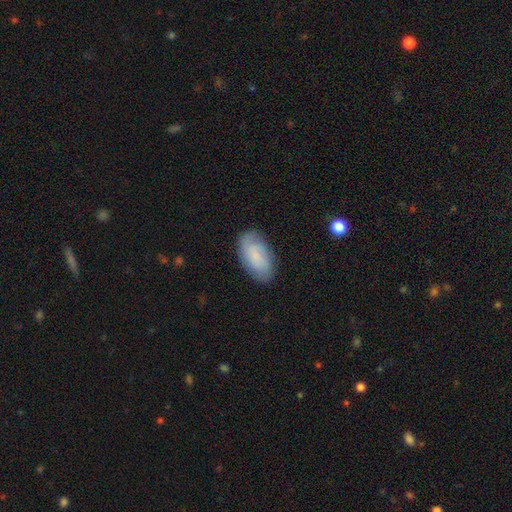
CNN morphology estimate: This appears to be a smooth galaxy with no disk features (66%) that is in between round and cigar-shaped (94%). Merging: none (80%).